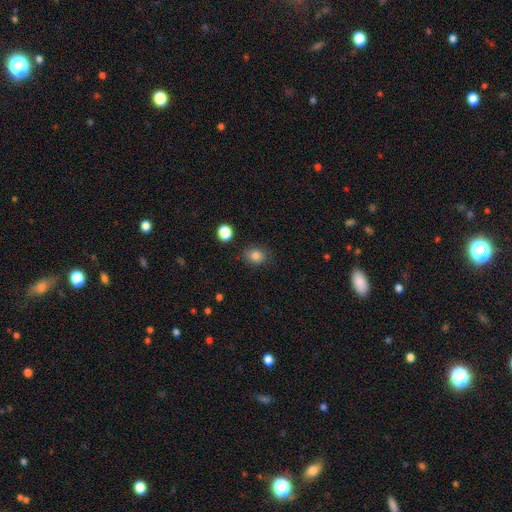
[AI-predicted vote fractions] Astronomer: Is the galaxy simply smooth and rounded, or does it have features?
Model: smooth — 82%.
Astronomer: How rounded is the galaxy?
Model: round — 53% (runner-up: in between, 46%).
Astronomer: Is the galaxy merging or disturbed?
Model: none — 82%.